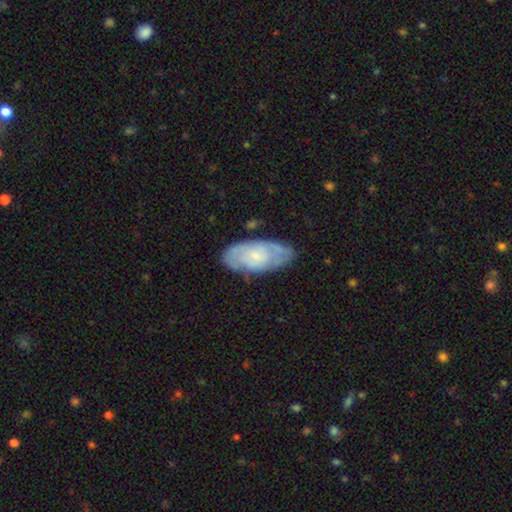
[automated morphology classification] Smooth or featured: featured or disk — 56% (smooth — 38%)
Edge-on disk: no — 92% (yes — 8%)
Bar: no — 76% (weak — 20%)
Spiral arms: yes — 73% (no — 27%)
Bulge size: small — 62% (moderate — 24%)
Merging: none — 74% (minor disturbance — 20%)